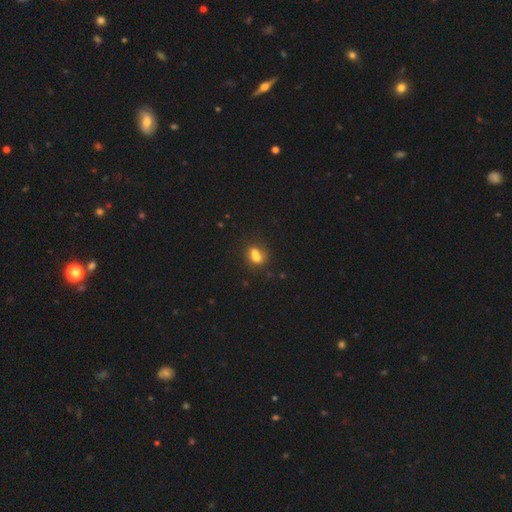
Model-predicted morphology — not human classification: Smooth or featured: smooth — 69% (featured or disk — 18%)
How rounded: round — 49% (tied with in between — 49%)
Merging: merger — 52% (none — 33%)